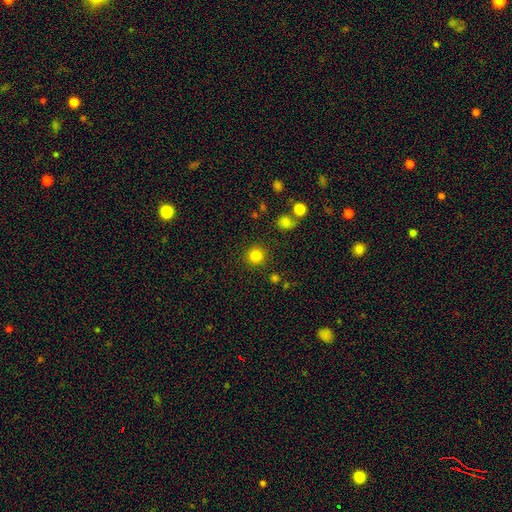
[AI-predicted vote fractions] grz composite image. It shows a smooth galaxy with no disk features (83%) that is round (94%). Merging: none (90%).